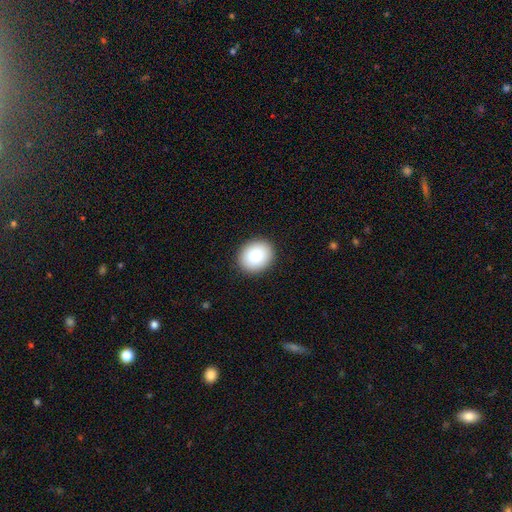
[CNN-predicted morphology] Smooth or featured? Predicted: smooth (p=0.82). How rounded? Predicted: round (p=0.65). Merging? Predicted: none (p=0.91).